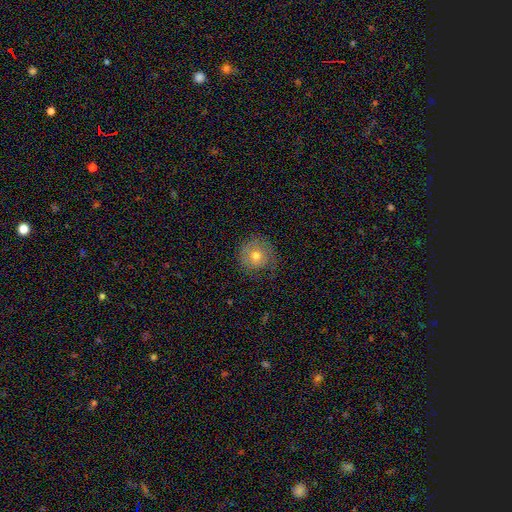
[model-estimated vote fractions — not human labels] This appears to be a smooth galaxy with no disk features (67%) that is round (91%). Merging: none (70%).